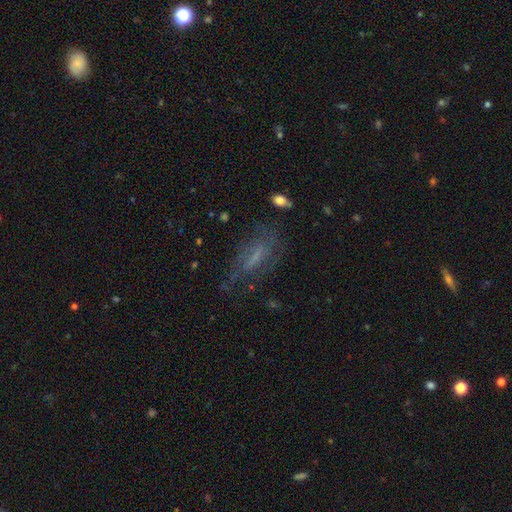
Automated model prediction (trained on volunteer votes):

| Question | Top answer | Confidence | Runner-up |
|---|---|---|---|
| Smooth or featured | featured or disk | 49% | smooth (34%) |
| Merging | none | 52% | minor disturbance (23%) |